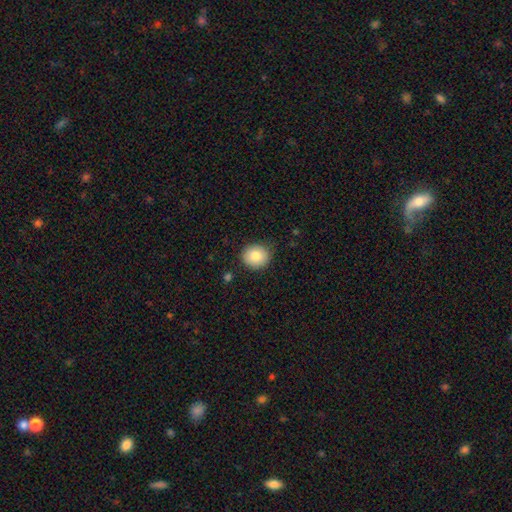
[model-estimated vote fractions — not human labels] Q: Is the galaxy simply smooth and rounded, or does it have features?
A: smooth — 83%.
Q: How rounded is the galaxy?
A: round — 86%.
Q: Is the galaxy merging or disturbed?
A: none — 85%.